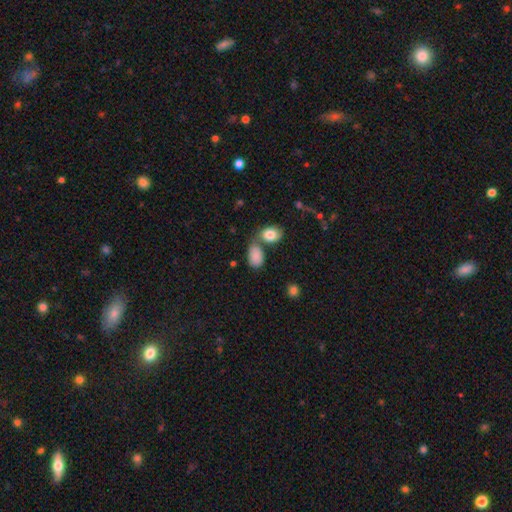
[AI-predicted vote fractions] Overall: smooth (86%). How rounded: in between (88%). Merging: none (46%; merger 34%).